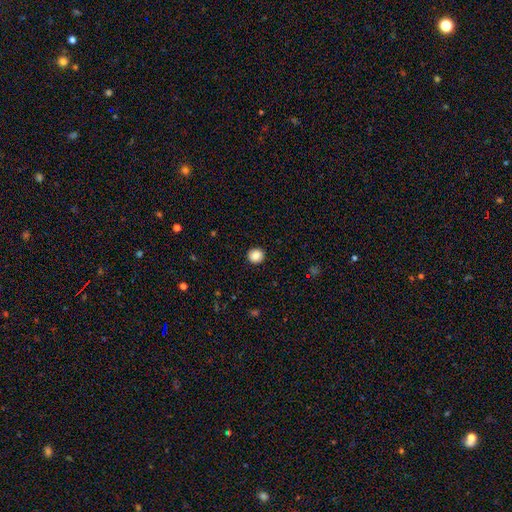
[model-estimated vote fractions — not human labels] Morphology: type=smooth (86%); roundness=round (89%); merging=none (92%).